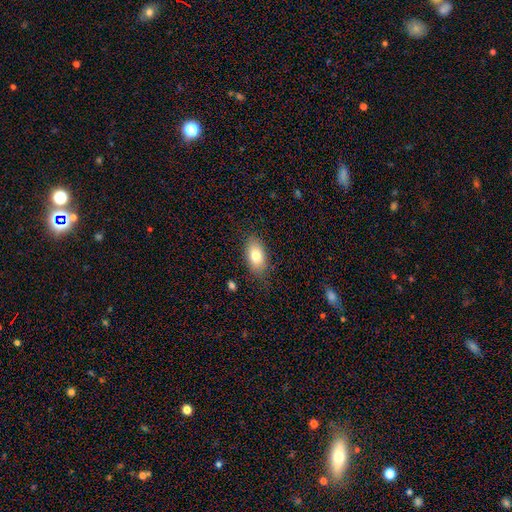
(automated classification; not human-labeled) Morphology: type=smooth (79%); roundness=in between (91%); merging=none (82%).